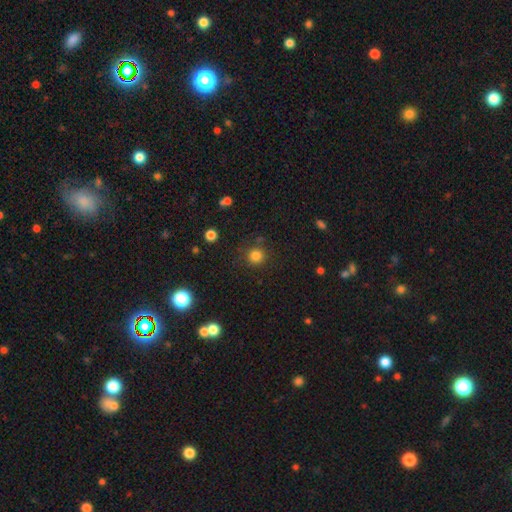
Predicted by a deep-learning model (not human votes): smooth-or-featured: smooth: 82% | star or artifact: 14% | featured or disk: 5%
  how-rounded: round: 93% | in between: 6% | cigar-shaped: 1%
  merging: none: 84% | minor disturbance: 9% | major disturbance: 4% | merger: 3%